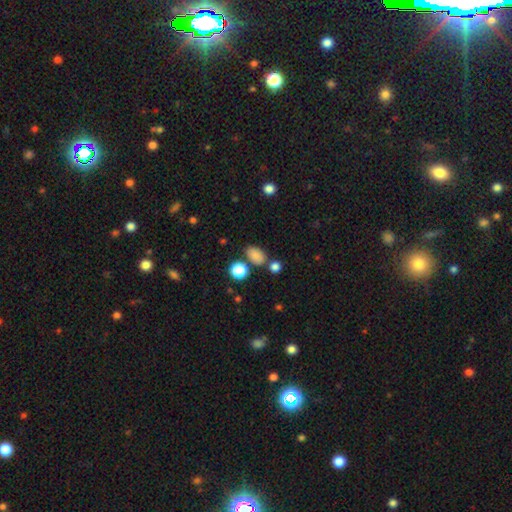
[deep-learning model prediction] smooth-or-featured: smooth: 82% | star or artifact: 13% | featured or disk: 5%
  how-rounded: in between: 82% | round: 16% | cigar-shaped: 2%
  merging: none: 69% | minor disturbance: 14% | merger: 13% | major disturbance: 4%